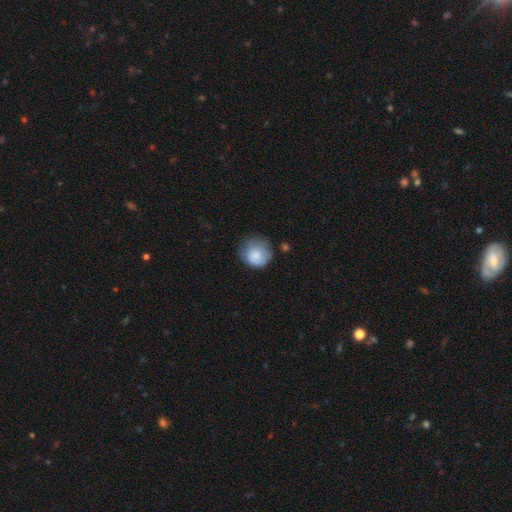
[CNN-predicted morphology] The model was most divided on "merging": none: 55%, minor disturbance: 32%, major disturbance: 11%, merger: 3%. More confident: how rounded — round (86%); smooth or featured — smooth (80%).